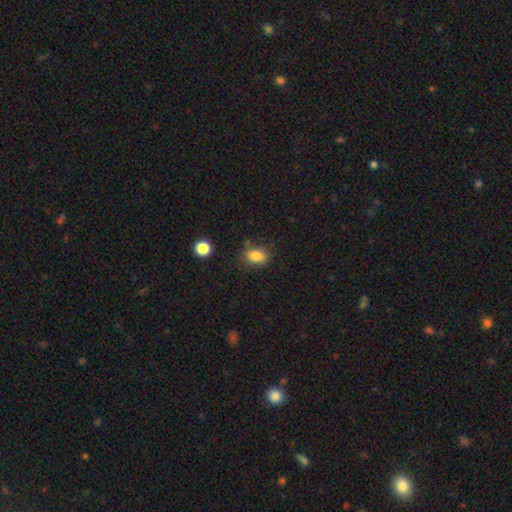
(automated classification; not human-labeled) smooth 84%, star or artifact 10%, featured or disk 6%. Down the decision tree: how rounded — in between (80%); merging — none (76%).